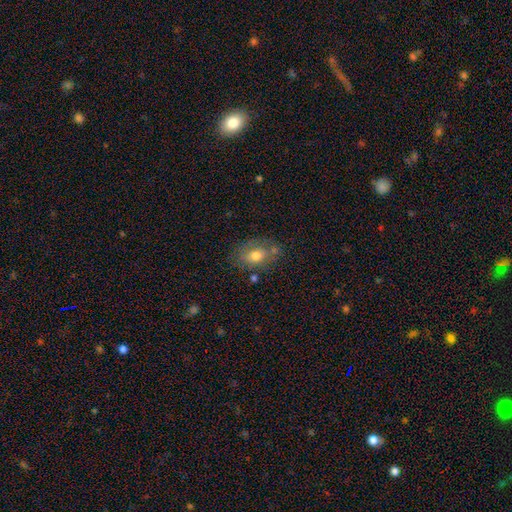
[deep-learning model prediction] Q: Smooth or featured?
A: smooth (71%); runner-up: featured or disk (20%)
Q: How rounded?
A: in between (79%); runner-up: round (19%)
Q: Merging?
A: none (66%); runner-up: minor disturbance (20%)